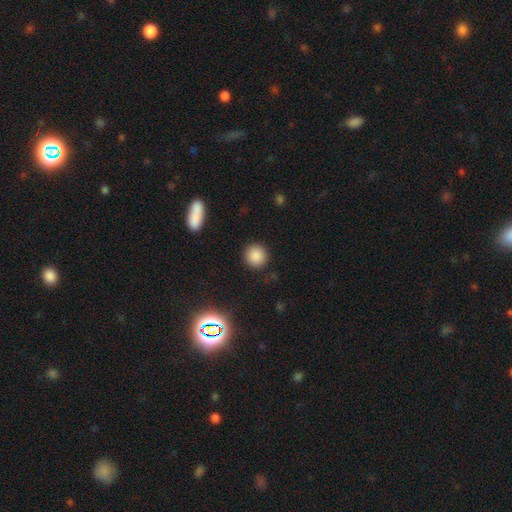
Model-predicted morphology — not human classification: Smooth or featured: smooth — 85% (star or artifact — 11%)
How rounded: round — 91% (in between — 8%)
Merging: none — 89% (minor disturbance — 7%)